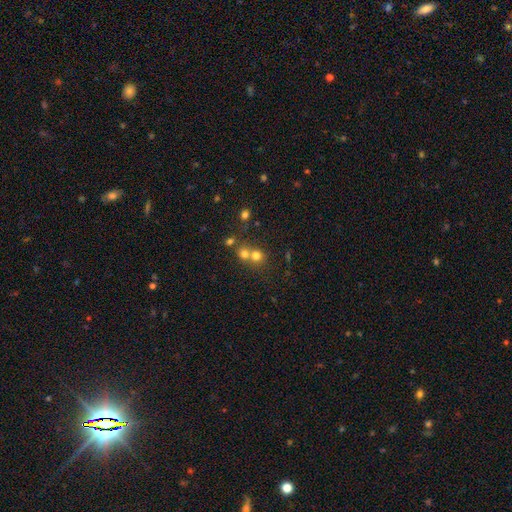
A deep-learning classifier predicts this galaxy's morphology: Smooth or featured: smooth — 71% (star or artifact — 17%)
How rounded: round — 84% (in between — 15%)
Merging: merger — 51% (none — 42%)